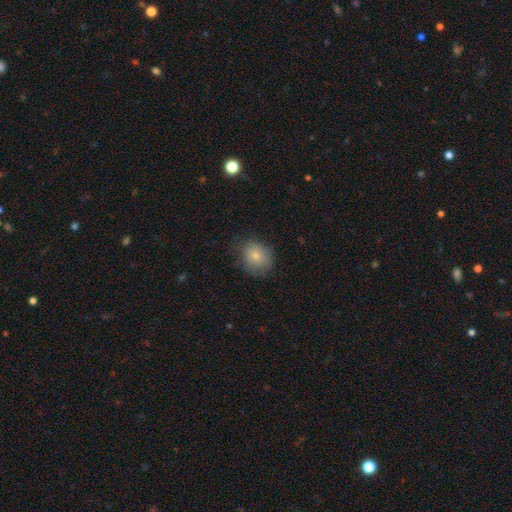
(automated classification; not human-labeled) Smooth or featured: smooth — 79% (featured or disk — 12%)
How rounded: round — 68% (in between — 31%)
Merging: none — 70% (minor disturbance — 21%)